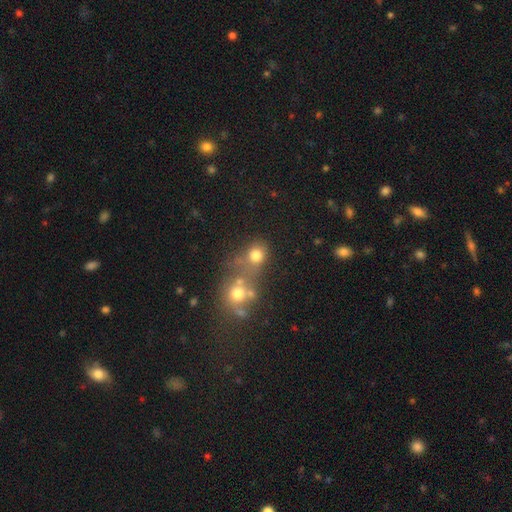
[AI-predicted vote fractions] Smooth or featured? Predicted: smooth (p=0.72). How rounded? Predicted: round (p=0.72). Merging? Predicted: none (p=0.41, tied with merger).